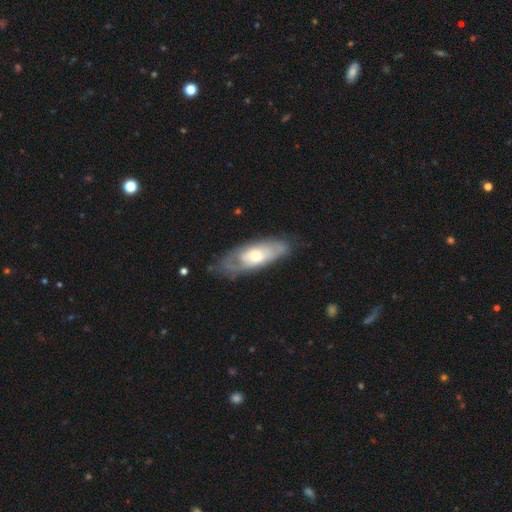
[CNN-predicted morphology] featured or disk 61%, smooth 33%, star or artifact 6%. Down the decision tree: edge-on disk — no (81%); merging — none (64%).